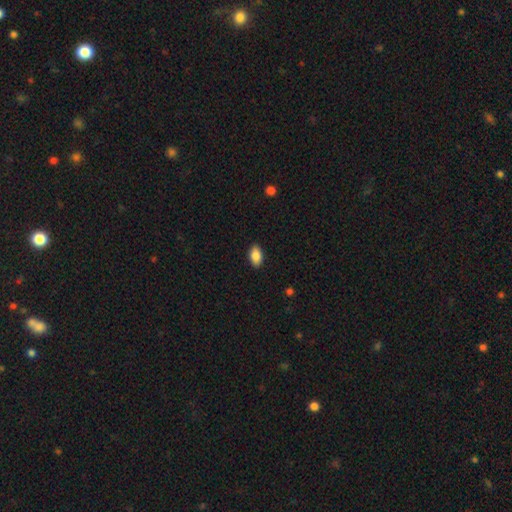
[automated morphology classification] This is clearly a smooth galaxy (88%). How rounded: clearly in between (92%). Merging: clearly none (89%).